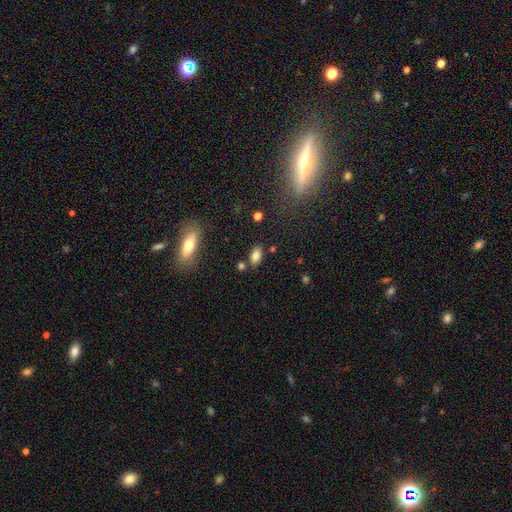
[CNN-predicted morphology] type=smooth (81%); roundness=in between (89%); merging=none (78%).